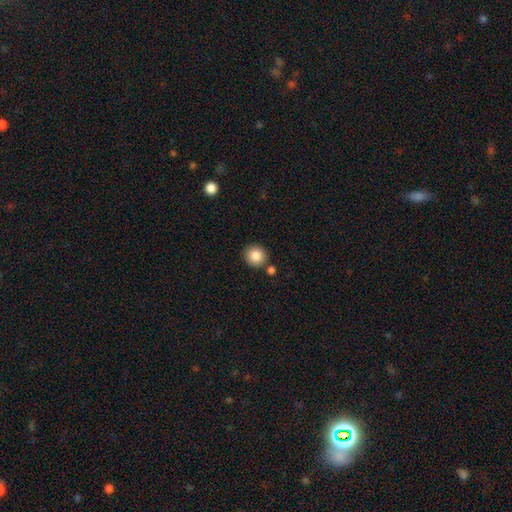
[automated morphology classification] smooth 86%, star or artifact 9%, featured or disk 5%. Down the decision tree: how rounded — round (91%); merging — none (83%).